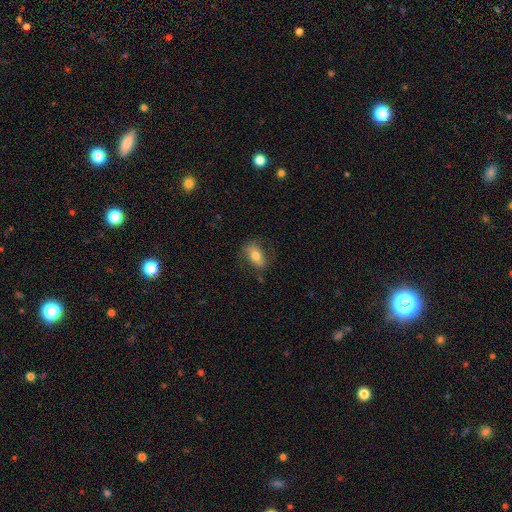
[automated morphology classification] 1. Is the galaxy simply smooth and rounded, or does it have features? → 57% smooth, 35% featured or disk, 8% star or artifact.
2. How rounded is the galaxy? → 83% in between, 12% round, 5% cigar-shaped.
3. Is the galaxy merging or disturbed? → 72% none, 19% minor disturbance, 8% major disturbance, 2% merger.